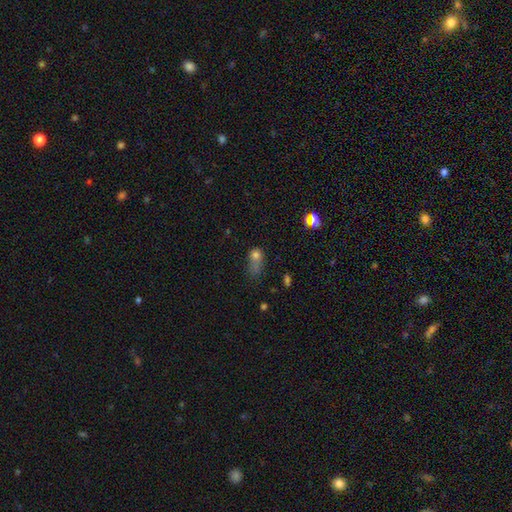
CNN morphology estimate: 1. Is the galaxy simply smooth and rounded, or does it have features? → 69% smooth, 17% star or artifact, 13% featured or disk.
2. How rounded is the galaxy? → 49% round, 47% in between, 4% cigar-shaped.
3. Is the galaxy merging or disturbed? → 33% major disturbance, 26% none, 21% minor disturbance, 20% merger.